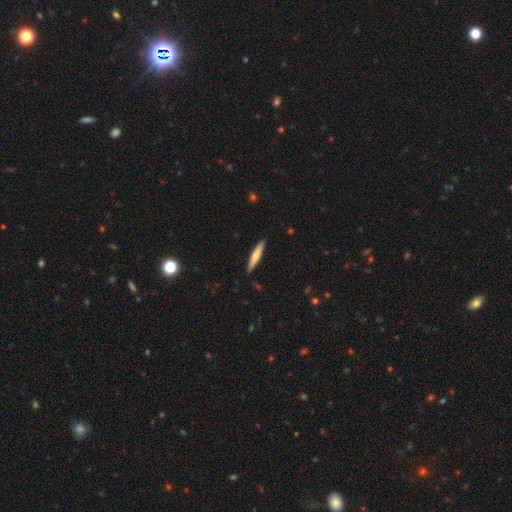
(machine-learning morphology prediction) Smooth or featured? Predicted: smooth (p=0.61). How rounded? Predicted: cigar-shaped (p=0.92). Merging? Predicted: none (p=0.90).